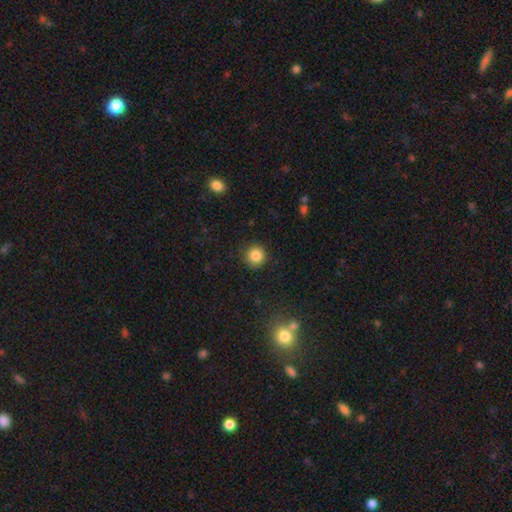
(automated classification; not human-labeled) Q: Smooth or featured?
A: smooth (85%); runner-up: star or artifact (11%)
Q: How rounded?
A: round (94%); runner-up: in between (5%)
Q: Merging?
A: none (91%); runner-up: minor disturbance (6%)